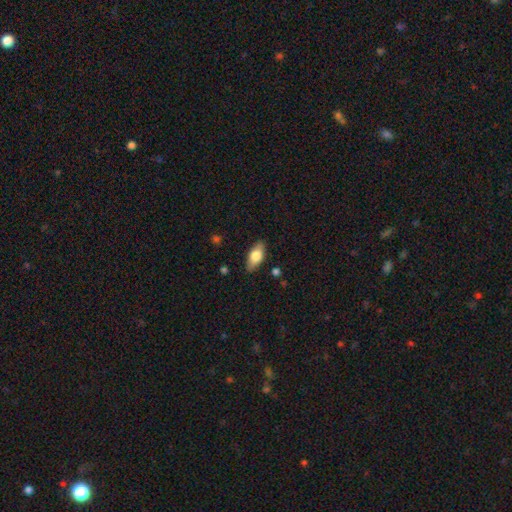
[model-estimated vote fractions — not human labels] Smooth or featured: smooth — 71% (featured or disk — 23%)
How rounded: in between — 84% (cigar-shaped — 12%)
Merging: none — 85% (minor disturbance — 12%)